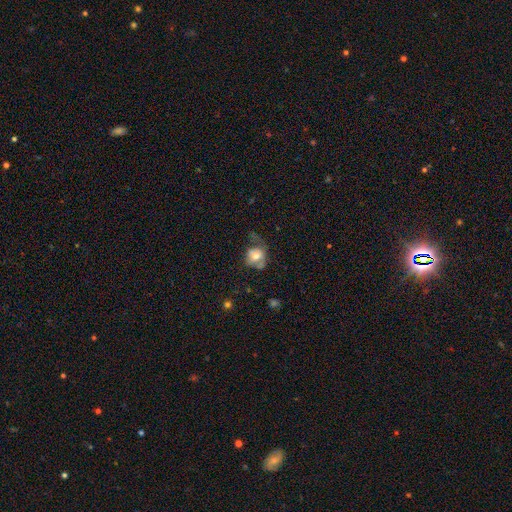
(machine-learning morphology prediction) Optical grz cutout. It shows a smooth galaxy with no disk features (59%) that is round (62%). Merging: none (33%, tied with major disturbance).